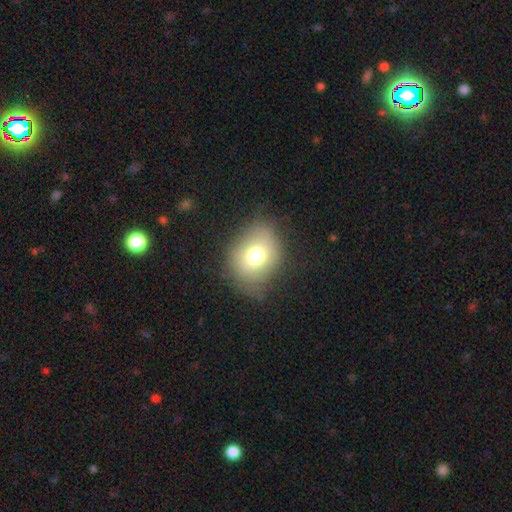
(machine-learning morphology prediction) Q: Smooth or featured?
A: smooth (72%); runner-up: featured or disk (15%)
Q: How rounded?
A: round (56%); runner-up: in between (43%)
Q: Merging?
A: none (71%); runner-up: minor disturbance (19%)